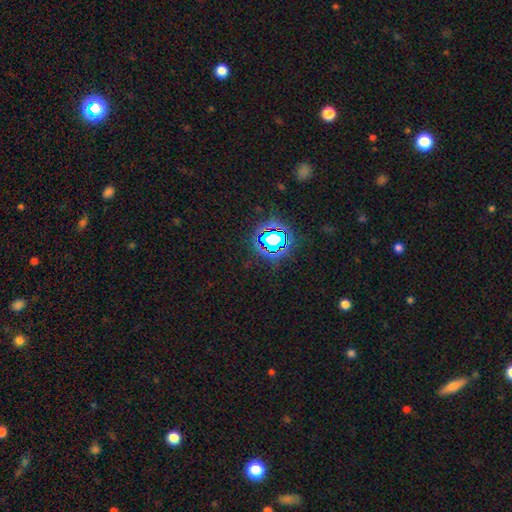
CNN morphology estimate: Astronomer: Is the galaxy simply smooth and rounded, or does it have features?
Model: star or artifact — 81%.